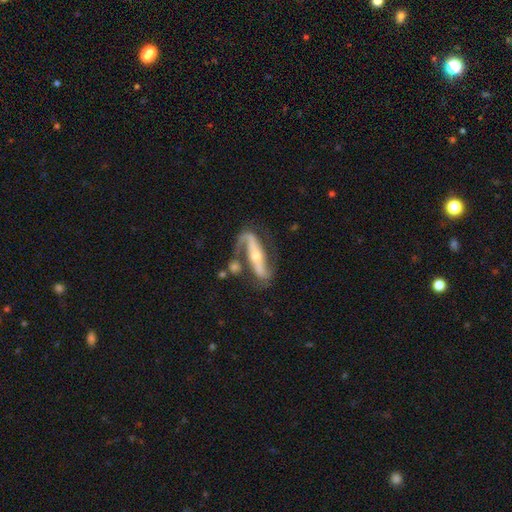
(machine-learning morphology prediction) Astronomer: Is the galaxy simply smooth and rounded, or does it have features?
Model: featured or disk — 88%.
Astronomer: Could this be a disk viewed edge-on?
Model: no — 88%.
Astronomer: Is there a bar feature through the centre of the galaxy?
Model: strong — 56%.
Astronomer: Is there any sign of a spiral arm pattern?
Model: yes — 95%.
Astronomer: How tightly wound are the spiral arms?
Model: medium — 41% (runner-up: loose, 40%).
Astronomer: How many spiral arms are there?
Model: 2 — 86%.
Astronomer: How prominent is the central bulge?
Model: moderate — 50% (runner-up: small, 45%).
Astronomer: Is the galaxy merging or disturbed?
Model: none — 62%.